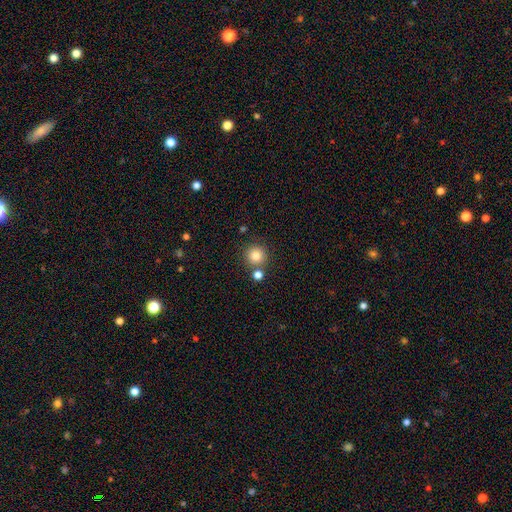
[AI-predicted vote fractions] smooth-or-featured: smooth: 83% | star or artifact: 11% | featured or disk: 5%
  how-rounded: round: 95% | in between: 4% | cigar-shaped: 1%
  merging: none: 78% | merger: 12% | minor disturbance: 7% | major disturbance: 3%